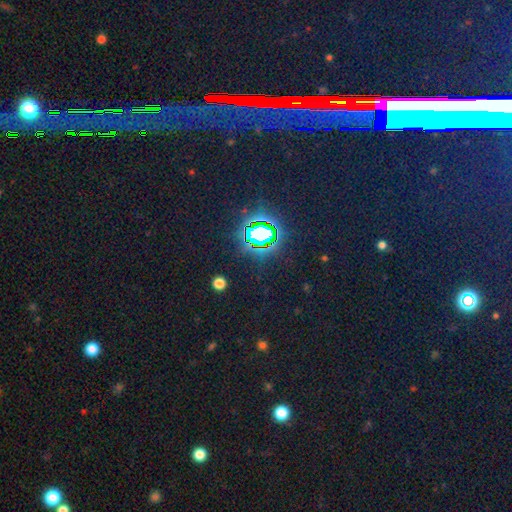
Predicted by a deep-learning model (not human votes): Smooth or featured? Predicted: star or artifact (p=0.81).